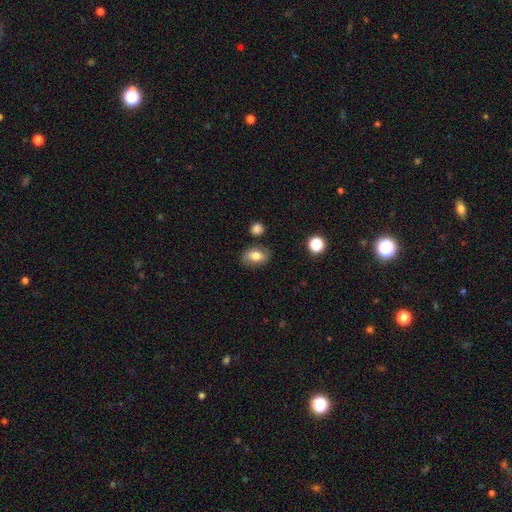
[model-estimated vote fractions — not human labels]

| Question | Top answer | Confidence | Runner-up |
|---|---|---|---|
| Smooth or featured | smooth | 76% | featured or disk (15%) |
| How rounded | in between | 82% | round (16%) |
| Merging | none | 79% | minor disturbance (14%) |